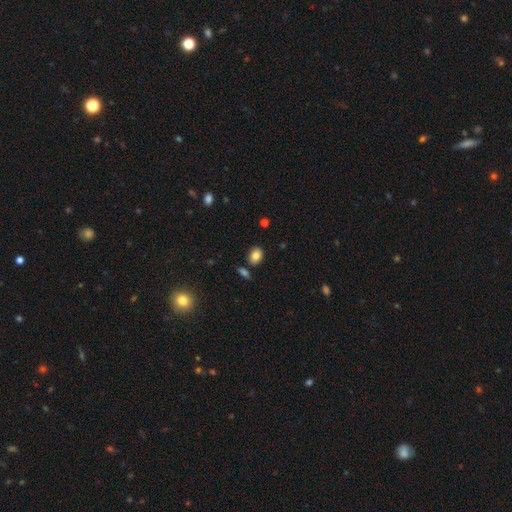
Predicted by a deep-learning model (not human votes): smooth-or-featured: smooth: 82% | star or artifact: 10% | featured or disk: 8%
  how-rounded: in between: 64% | round: 35% | cigar-shaped: 1%
  merging: none: 80% | minor disturbance: 12% | merger: 6% | major disturbance: 3%